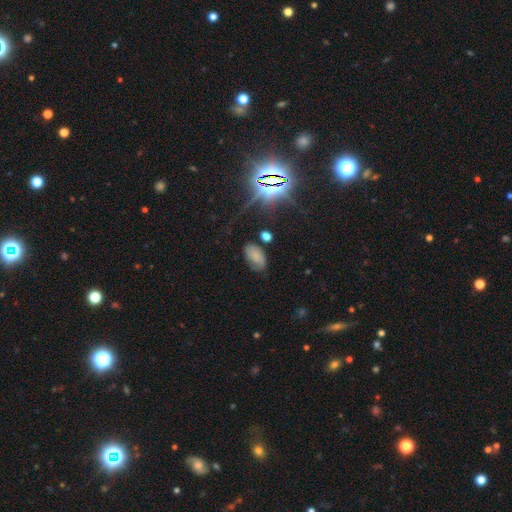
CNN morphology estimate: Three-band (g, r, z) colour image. It shows a smooth galaxy with no disk features (62%) that is in between round and cigar-shaped (92%). Merging: none (64%).